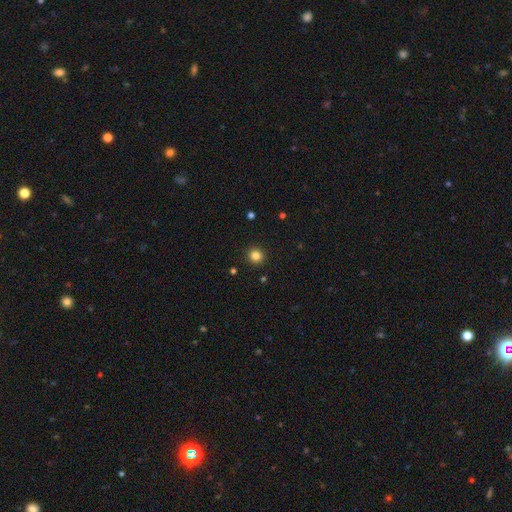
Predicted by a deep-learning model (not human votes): Smooth or featured?
  - smooth: 83% *
  - star or artifact: 13%
  - featured or disk: 5%
How rounded?
  - round: 94% *
  - in between: 5%
  - cigar-shaped: 1%
Merging?
  - none: 93% *
  - minor disturbance: 5%
  - major disturbance: 2%
  - merger: 1%